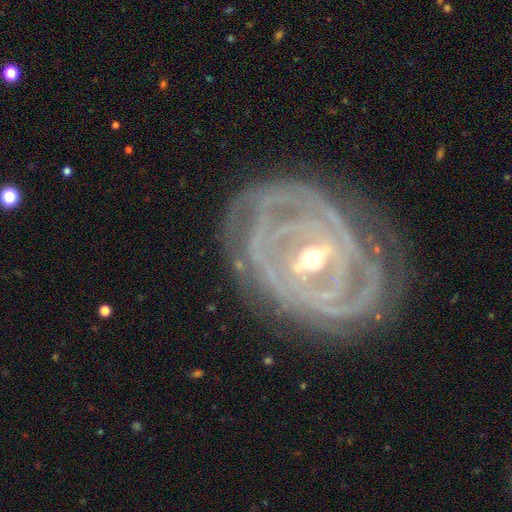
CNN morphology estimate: Q: Smooth or featured?
A: featured or disk (89%); runner-up: star or artifact (6%)
Q: Edge-on disk?
A: no (95%); runner-up: yes (5%)
Q: Bar?
A: strong (55%); runner-up: weak (31%)
Q: Spiral arms?
A: yes (92%); runner-up: no (8%)
Q: Spiral winding?
A: tight (77%); runner-up: medium (18%)
Q: Spiral arm count?
A: can't tell (29%); runner-up: 2 (22%)
Q: Bulge size?
A: moderate (56%); runner-up: small (40%)
Q: Merging?
A: none (69%); runner-up: minor disturbance (18%)